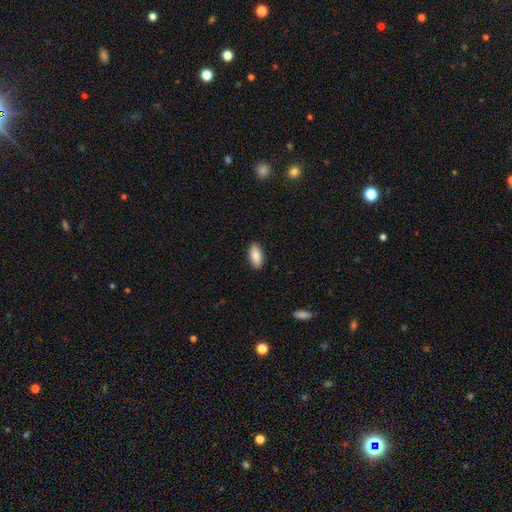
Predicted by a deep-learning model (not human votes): This appears to be a smooth galaxy with no disk features (86%) that is in between round and cigar-shaped (85%). Merging: none (89%).